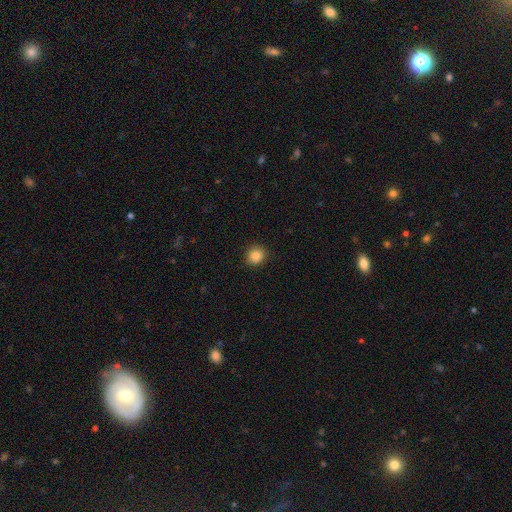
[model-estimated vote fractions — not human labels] Smooth or featured? Predicted: smooth (p=0.86). How rounded? Predicted: round (p=0.87). Merging? Predicted: none (p=0.90).